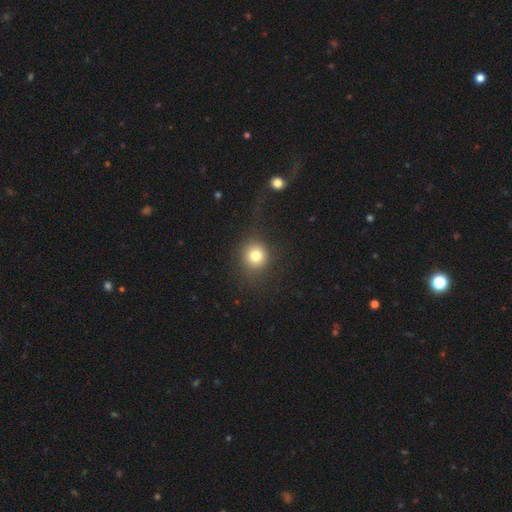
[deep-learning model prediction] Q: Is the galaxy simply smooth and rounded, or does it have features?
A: smooth — 80%.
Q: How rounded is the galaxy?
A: round — 86%.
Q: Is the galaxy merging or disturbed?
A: none — 78%.